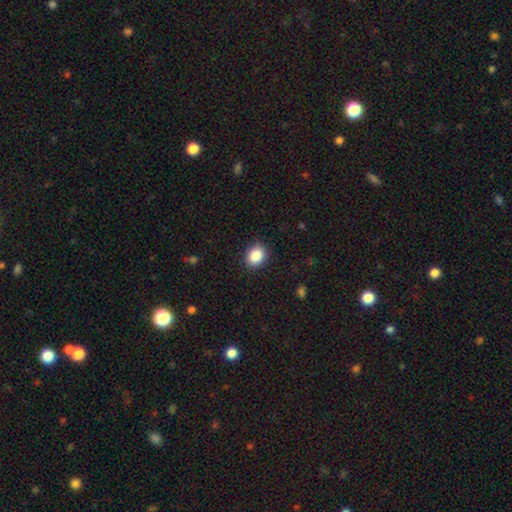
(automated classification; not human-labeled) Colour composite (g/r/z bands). It shows a smooth galaxy with no disk features (87%) that is in between round and cigar-shaped (53%). Merging: none (89%).